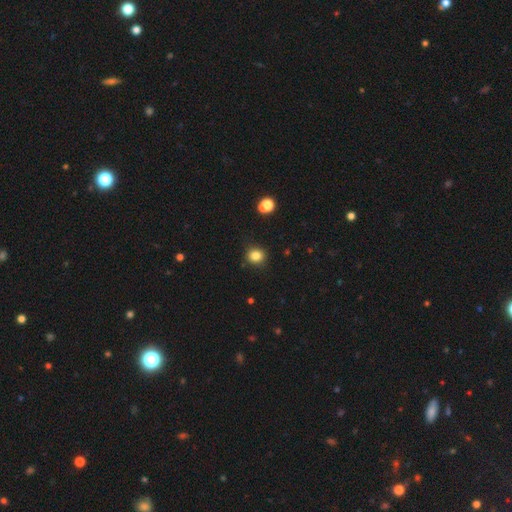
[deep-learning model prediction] smooth-or-featured: smooth: 83% | star or artifact: 12% | featured or disk: 5%
  how-rounded: round: 80% | in between: 19% | cigar-shaped: 1%
  merging: none: 88% | minor disturbance: 8% | major disturbance: 2% | merger: 2%